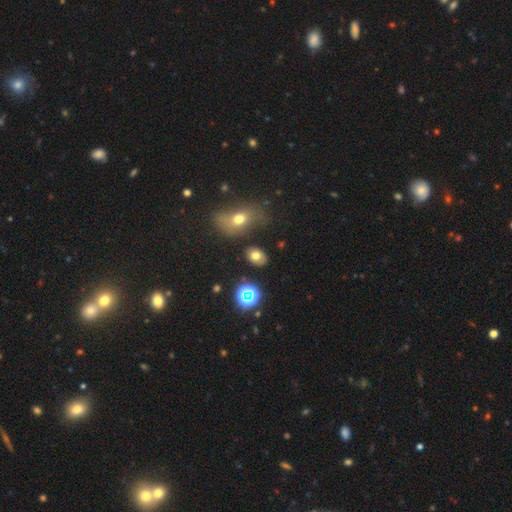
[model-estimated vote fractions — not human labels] Smooth or featured?
  - smooth: 70% *
  - star or artifact: 17%
  - featured or disk: 13%
How rounded?
  - in between: 75% *
  - round: 23%
  - cigar-shaped: 1%
Merging?
  - none: 80% *
  - minor disturbance: 12%
  - major disturbance: 4%
  - merger: 4%